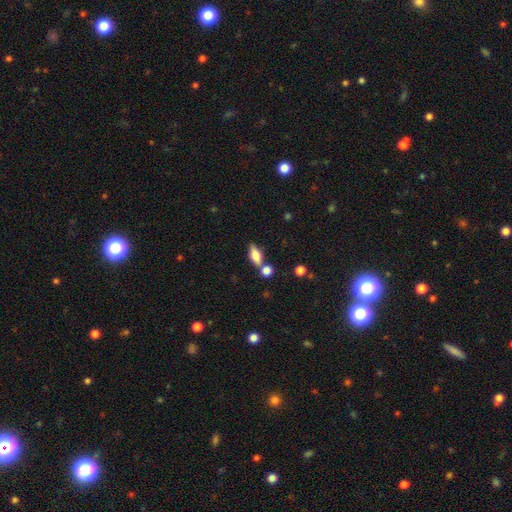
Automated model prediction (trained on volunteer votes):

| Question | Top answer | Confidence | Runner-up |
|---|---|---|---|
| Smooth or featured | smooth | 68% | featured or disk (24%) |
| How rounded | in between | 76% | cigar-shaped (18%) |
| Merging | none | 62% | merger (21%) |